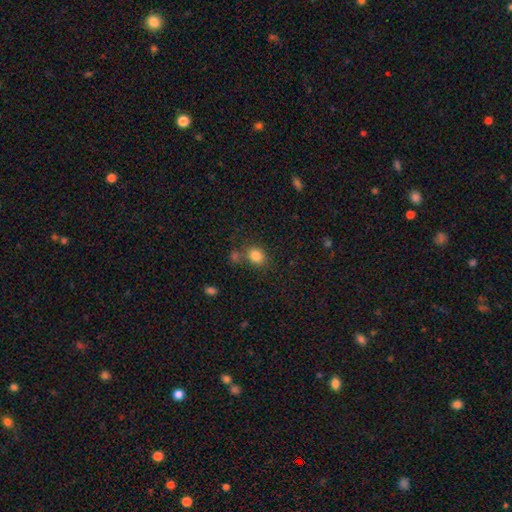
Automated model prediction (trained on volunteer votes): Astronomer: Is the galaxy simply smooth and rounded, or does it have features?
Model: smooth — 83%.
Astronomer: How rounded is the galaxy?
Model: round — 56% (runner-up: in between, 43%).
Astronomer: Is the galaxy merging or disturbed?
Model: none — 64%.